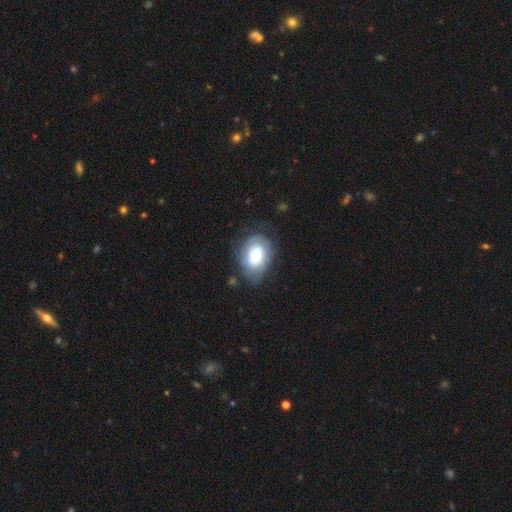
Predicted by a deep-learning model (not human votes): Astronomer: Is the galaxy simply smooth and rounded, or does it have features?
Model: smooth — 64%.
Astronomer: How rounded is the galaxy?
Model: in between — 77%.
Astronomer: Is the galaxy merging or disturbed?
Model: none — 62%.